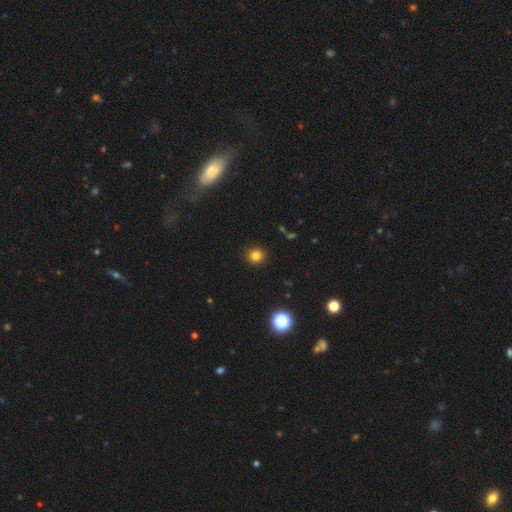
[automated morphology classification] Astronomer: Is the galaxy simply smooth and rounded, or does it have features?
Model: smooth — 81%.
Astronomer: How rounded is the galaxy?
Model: round — 91%.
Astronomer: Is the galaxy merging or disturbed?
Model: none — 91%.